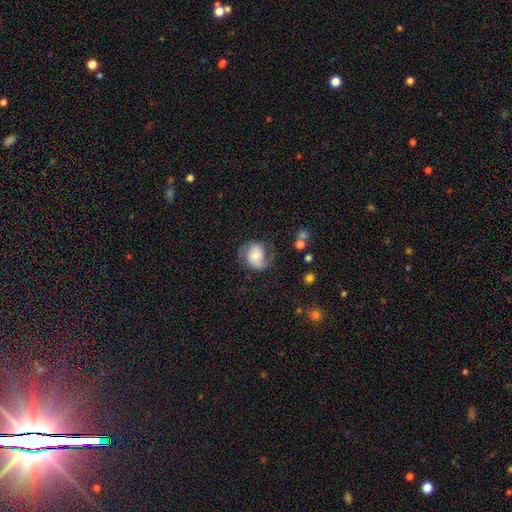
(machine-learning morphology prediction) A featured or disk galaxy (53%) with no bar (58%), spiral arms (85%) and a moderate central bulge (44%).

Vote fractions:
- Smooth or featured? featured or disk: 53% / smooth: 39% / star or artifact: 8%
- Edge-on disk? no: 97% / yes: 3%
- Bar? no: 58% / weak: 32% / strong: 10%
- Spiral arms? yes: 85% / no: 15%
- Bulge size? moderate: 44% / small: 36% / large: 11% / none: 5% / dominant: 3%
- Merging? none: 55% / minor disturbance: 25% / major disturbance: 18% / merger: 2%